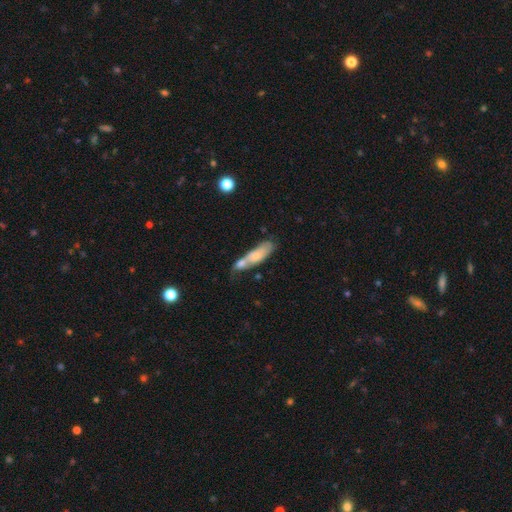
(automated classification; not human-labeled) This is likely a smooth galaxy (67%). How rounded: possibly cigar-shaped (50%). Merging: possibly merger (45%).